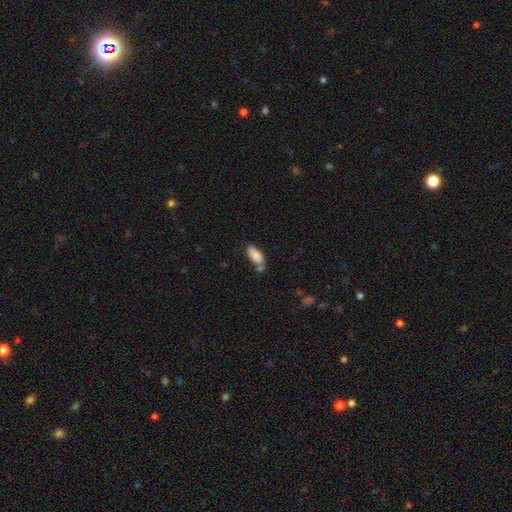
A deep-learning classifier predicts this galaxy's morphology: Smooth or featured? Predicted: smooth (p=0.83). How rounded? Predicted: in between (p=0.89). Merging? Predicted: none (p=0.54).